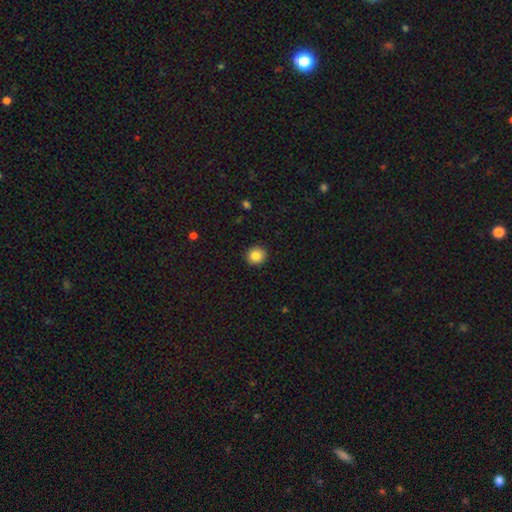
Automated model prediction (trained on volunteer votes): This is clearly a smooth galaxy (84%). How rounded: clearly round (90%). Merging: clearly none (92%).